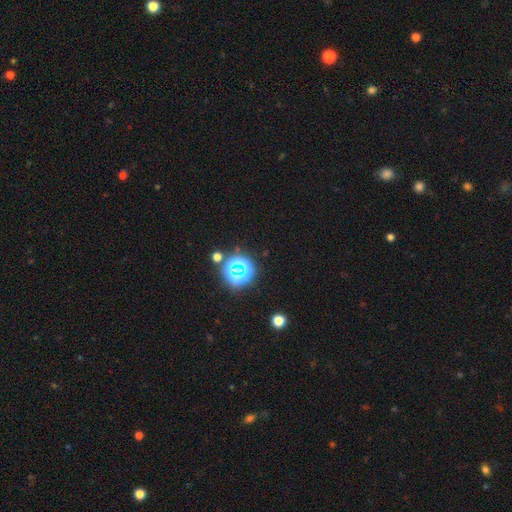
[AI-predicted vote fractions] star or artifact 76%, smooth 18%, featured or disk 6%.